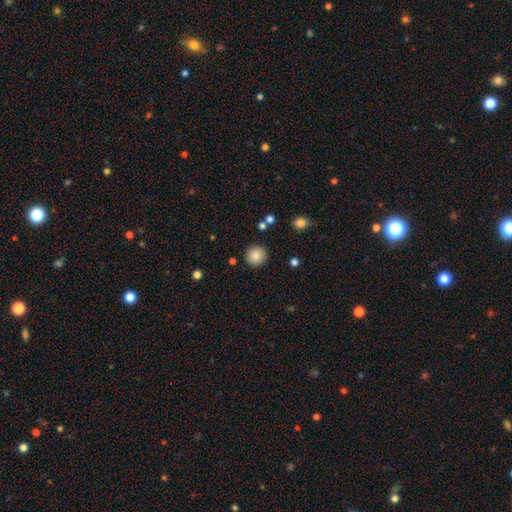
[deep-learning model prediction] Smooth or featured: smooth — 87% (star or artifact — 9%)
How rounded: round — 94% (in between — 5%)
Merging: none — 90% (minor disturbance — 6%)